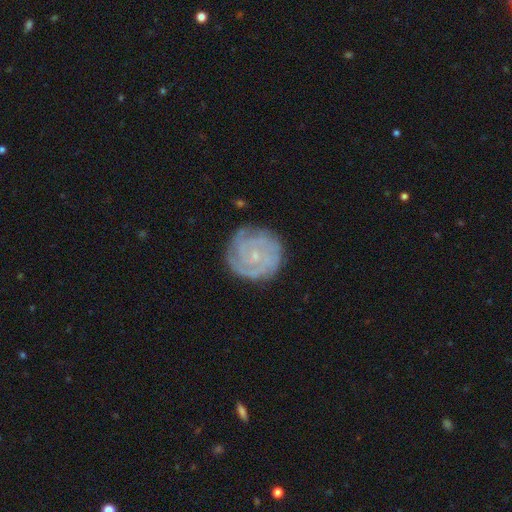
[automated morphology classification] A featured or disk galaxy (81%) with no bar (73%), 3 (28%) tight (78%) spiral arms (96%) and a small central bulge (78%). Merging: none (80%).